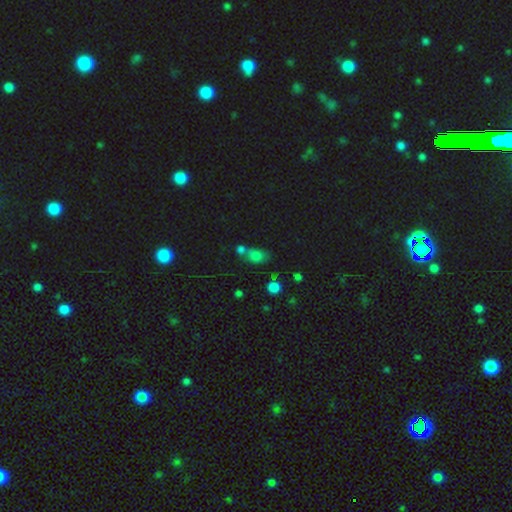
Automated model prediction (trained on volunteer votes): Morphology: type=smooth (67%); roundness=in between (67%); merging=merger (39%, tied with none).